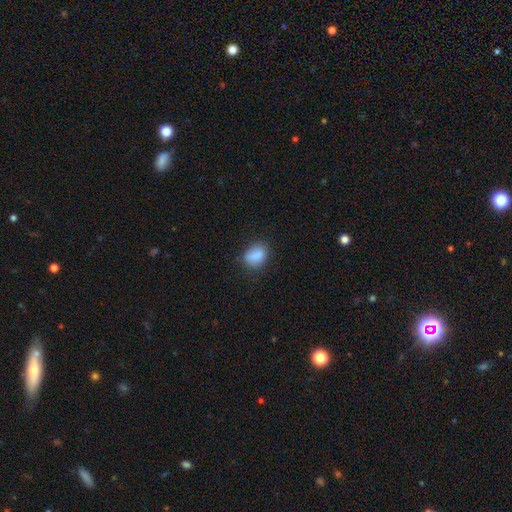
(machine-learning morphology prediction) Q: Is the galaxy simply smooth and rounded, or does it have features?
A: smooth — 85%.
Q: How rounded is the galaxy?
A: in between — 71%.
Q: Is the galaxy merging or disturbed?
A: none — 68%.